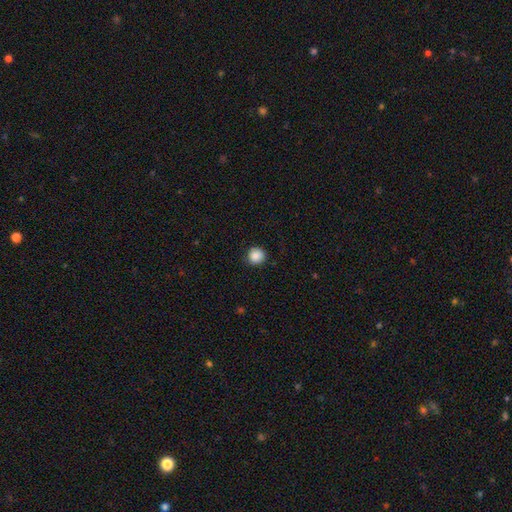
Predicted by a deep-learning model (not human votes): Morphology: type=smooth (87%); roundness=round (93%); merging=none (89%).